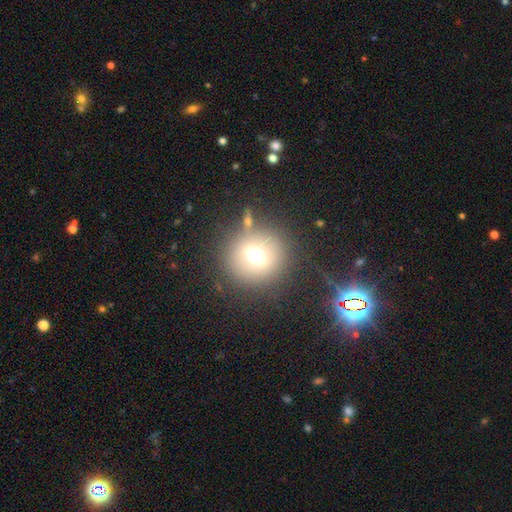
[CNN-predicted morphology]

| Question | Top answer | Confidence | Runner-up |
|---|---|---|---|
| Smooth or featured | smooth | 63% | star or artifact (20%) |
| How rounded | round | 88% | in between (11%) |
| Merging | none | 75% | minor disturbance (10%) |